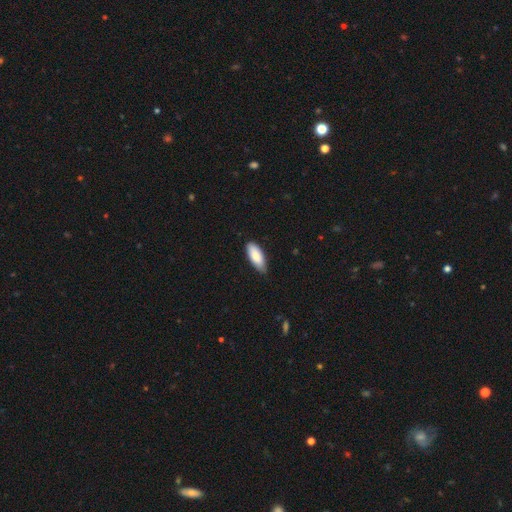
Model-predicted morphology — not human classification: Smooth or featured? smooth (85%)
How rounded? in between (79%)
Merging? none (78%)